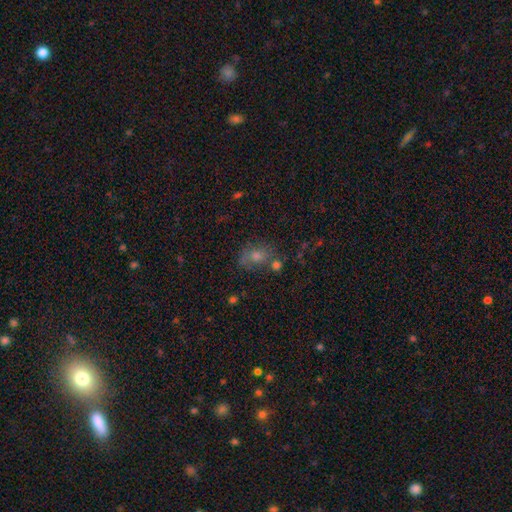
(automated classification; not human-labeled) Smooth or featured: smooth — 54% (star or artifact — 24%)
How rounded: in between — 55% (round — 43%)
Merging: none — 55% (minor disturbance — 20%)